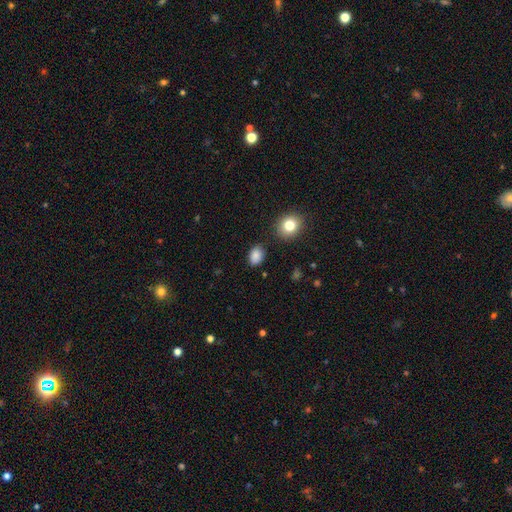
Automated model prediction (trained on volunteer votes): This appears to be a smooth galaxy with no disk features (86%) that is in between round and cigar-shaped (75%). Merging: none (82%).